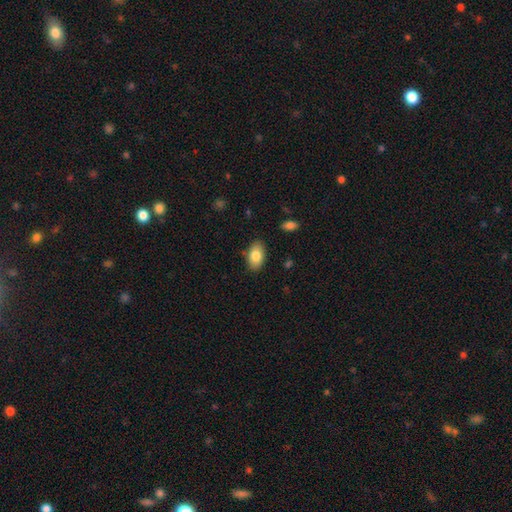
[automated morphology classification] Smooth or featured: smooth — 82% (featured or disk — 11%)
How rounded: in between — 92% (round — 6%)
Merging: none — 84% (minor disturbance — 12%)